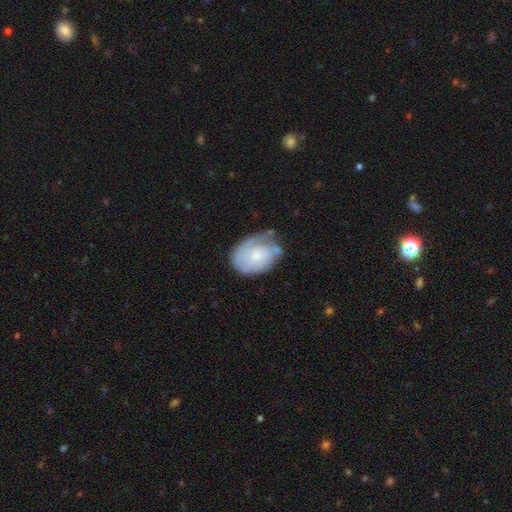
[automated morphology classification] A featured or disk galaxy (57%) with no bar (79%), spiral arms (80%) and a small central bulge (63%). Merging: none (47%).